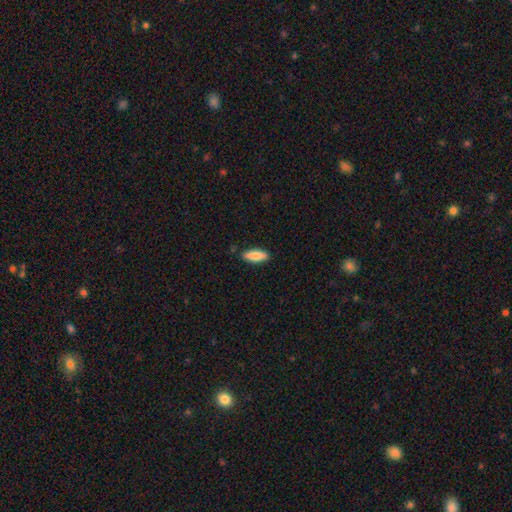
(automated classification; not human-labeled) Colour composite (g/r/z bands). It shows a smooth galaxy with no disk features (81%) that is in between round and cigar-shaped (64%). Merging: none (87%).